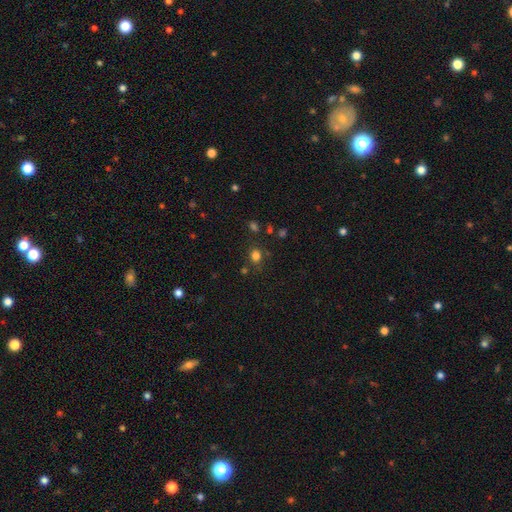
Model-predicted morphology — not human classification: Smooth or featured: smooth — 77% (star or artifact — 18%)
How rounded: round — 69% (in between — 30%)
Merging: none — 79% (minor disturbance — 12%)